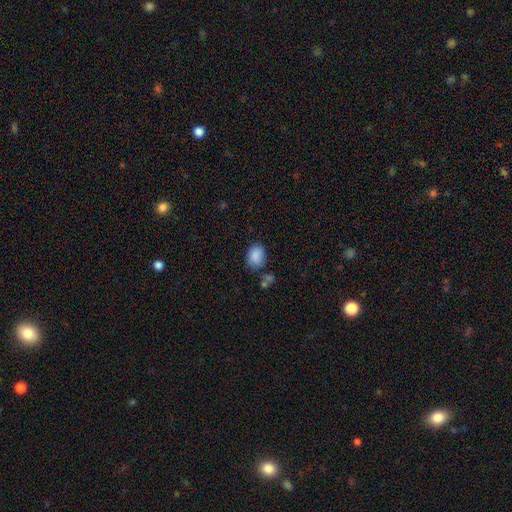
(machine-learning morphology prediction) This is clearly a smooth galaxy (87%). How rounded: likely in between (70%). Merging: likely none (70%).